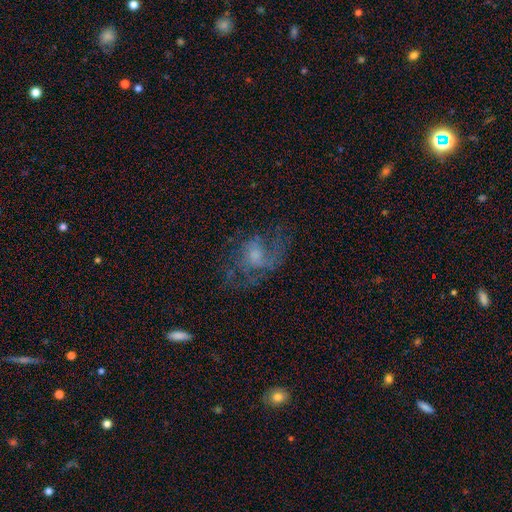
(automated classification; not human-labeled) Smooth or featured: featured or disk — 66% (smooth — 23%)
Edge-on disk: no — 97% (yes — 3%)
Bar: no — 71% (weak — 26%)
Spiral arms: yes — 75% (no — 25%)
Bulge size: small — 41% (moderate — 39%)
Merging: none — 49% (major disturbance — 29%)